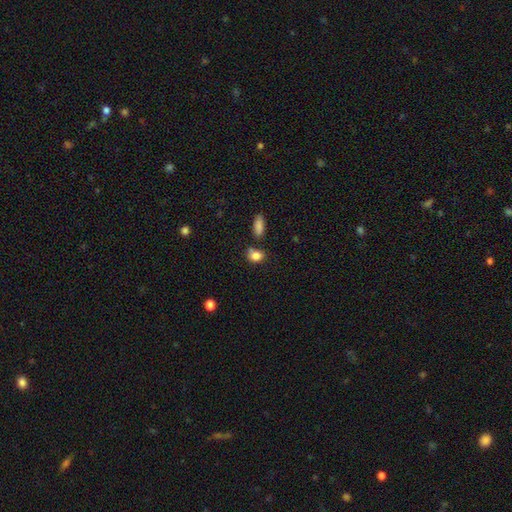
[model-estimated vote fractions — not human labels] Q: Smooth or featured?
A: smooth (84%); runner-up: star or artifact (10%)
Q: How rounded?
A: in between (60%); runner-up: round (37%)
Q: Merging?
A: none (58%); runner-up: minor disturbance (19%)